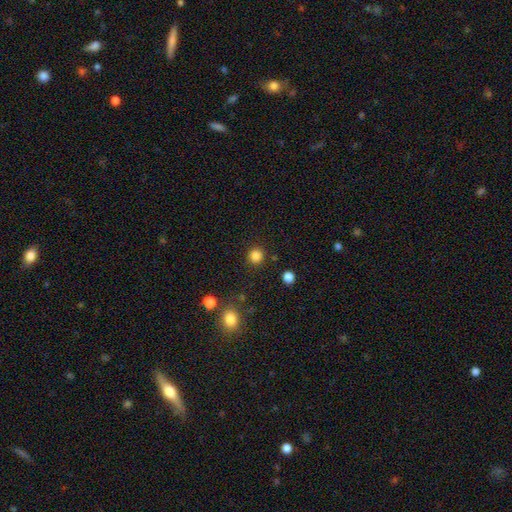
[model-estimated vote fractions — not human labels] Smooth or featured? smooth (85%)
How rounded? round (93%)
Merging? none (89%)